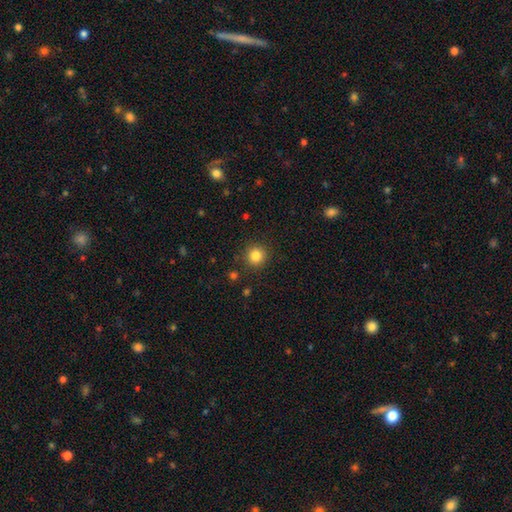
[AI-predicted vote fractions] A smooth galaxy with no disk features (83%) that is round (94%).

Vote fractions:
- Smooth or featured? smooth: 83% / star or artifact: 12% / featured or disk: 5%
- How rounded? round: 94% / in between: 6% / cigar-shaped: 1%
- Merging? none: 89% / minor disturbance: 7% / major disturbance: 3% / merger: 2%